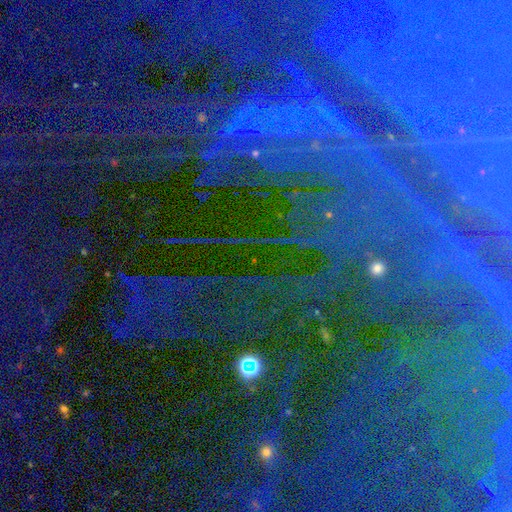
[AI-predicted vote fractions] star or artifact 83%, featured or disk 9%, smooth 8%.